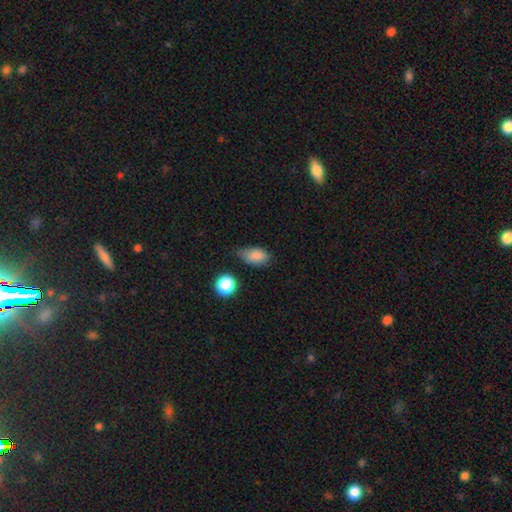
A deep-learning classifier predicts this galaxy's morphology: Smooth or featured?
  - smooth: 84% *
  - star or artifact: 10%
  - featured or disk: 6%
How rounded?
  - in between: 87% *
  - round: 10%
  - cigar-shaped: 3%
Merging?
  - none: 51% *
  - minor disturbance: 37%
  - major disturbance: 8%
  - merger: 4%